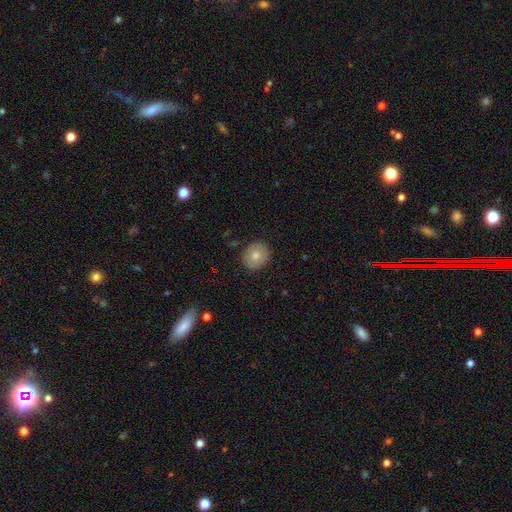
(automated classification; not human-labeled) A smooth galaxy with no disk features (78%) that is round (79%). Merging: none (87%).